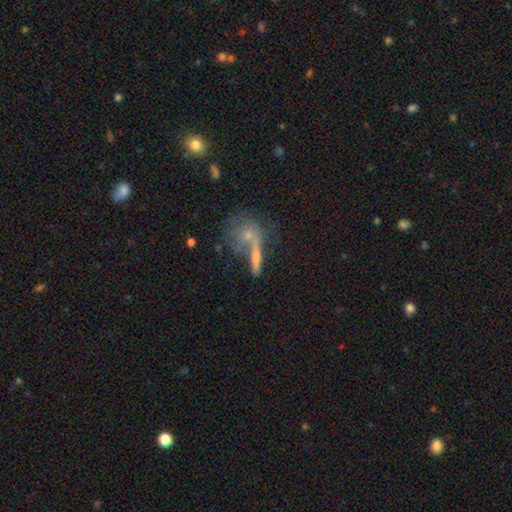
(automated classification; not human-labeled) Smooth or featured: smooth — 47% (featured or disk — 39%)
Merging: none — 48% (merger — 32%)